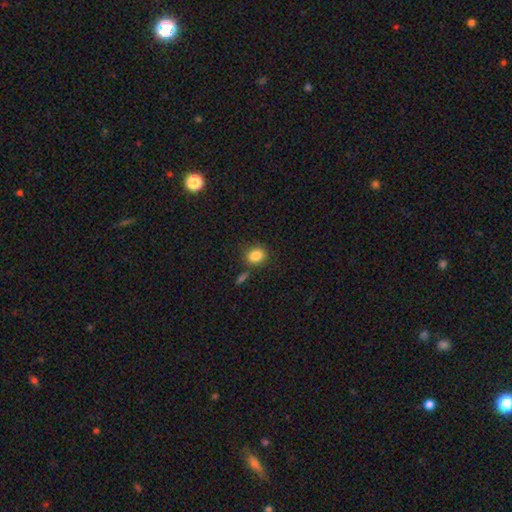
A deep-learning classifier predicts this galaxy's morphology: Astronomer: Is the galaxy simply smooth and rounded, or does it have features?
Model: smooth — 85%.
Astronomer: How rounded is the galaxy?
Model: in between — 50% (runner-up: round, 49%).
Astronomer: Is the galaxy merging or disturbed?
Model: none — 74%.